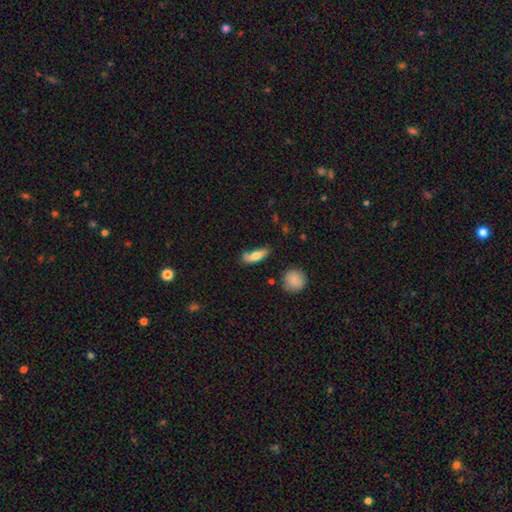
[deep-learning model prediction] Q: Smooth or featured?
A: smooth (73%); runner-up: featured or disk (19%)
Q: How rounded?
A: in between (60%); runner-up: cigar-shaped (36%)
Q: Merging?
A: none (51%); runner-up: minor disturbance (32%)